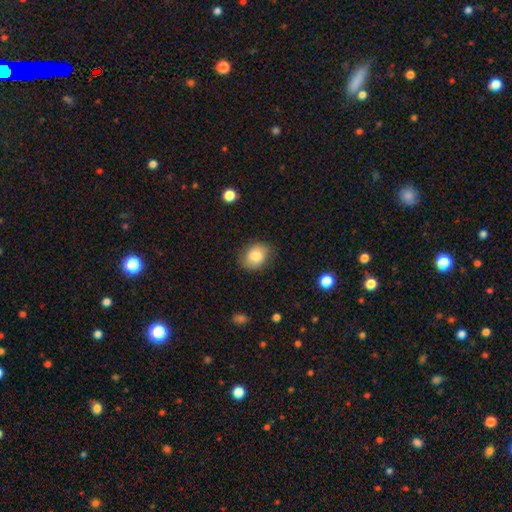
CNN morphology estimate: Overall: smooth (82%). How rounded: in between (55%; round 44%). Merging: none (79%).